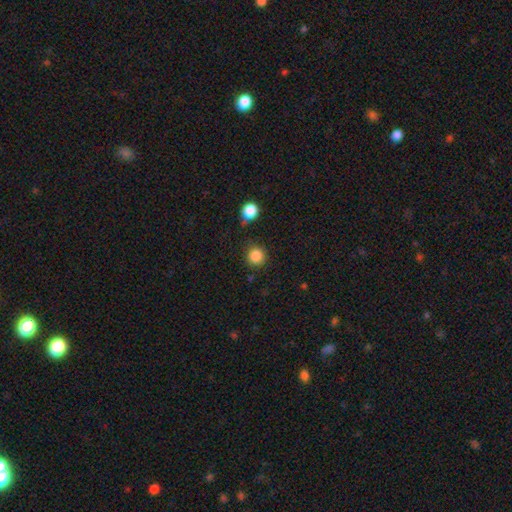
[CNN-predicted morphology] This is clearly a smooth galaxy (86%). How rounded: clearly round (93%). Merging: clearly none (82%).